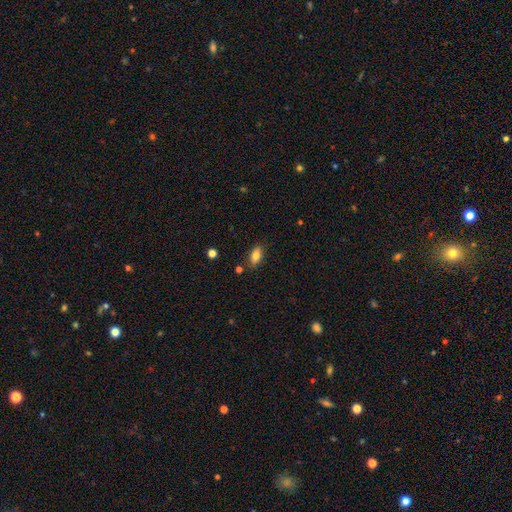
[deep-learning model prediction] Smooth or featured? smooth (78%)
How rounded? in between (85%)
Merging? none (83%)